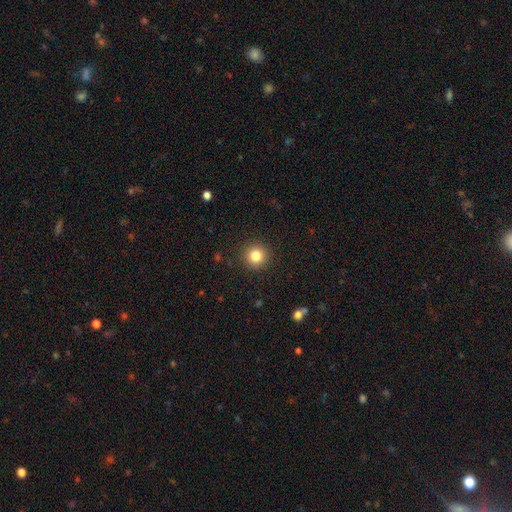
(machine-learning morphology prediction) smooth 82%, star or artifact 12%, featured or disk 6%. Down the decision tree: how rounded — round (94%); merging — none (91%).